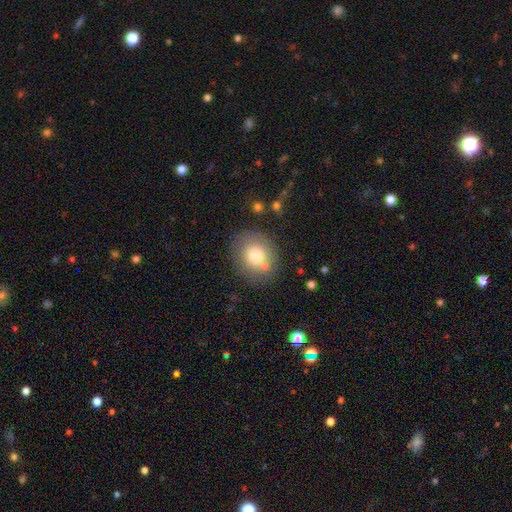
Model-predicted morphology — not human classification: A smooth galaxy with no disk features (77%) that is round (71%). Merging: none (72%).